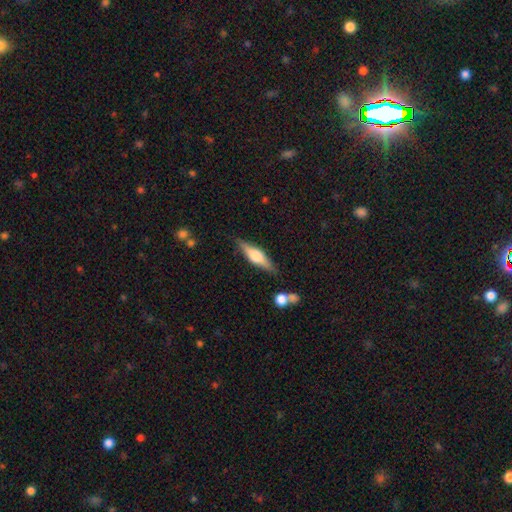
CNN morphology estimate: type=featured or disk (60%); edge-on=yes (95%); edge-on bulge=rounded (88%); merging=none (83%).